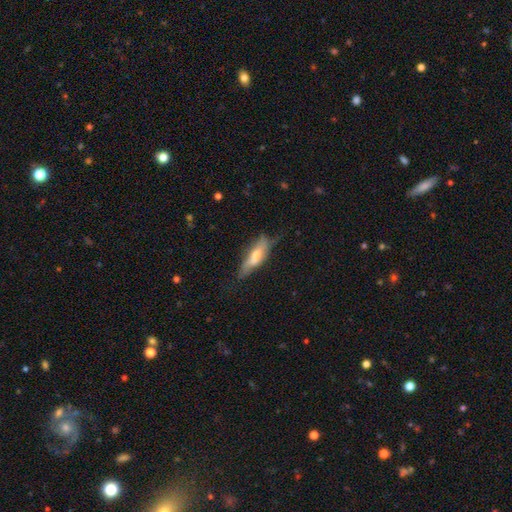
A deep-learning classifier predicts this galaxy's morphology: Overall: smooth (52%; featured or disk 42%). How rounded: cigar-shaped (56%; in between 42%). Merging: none (59%; minor disturbance 29%).